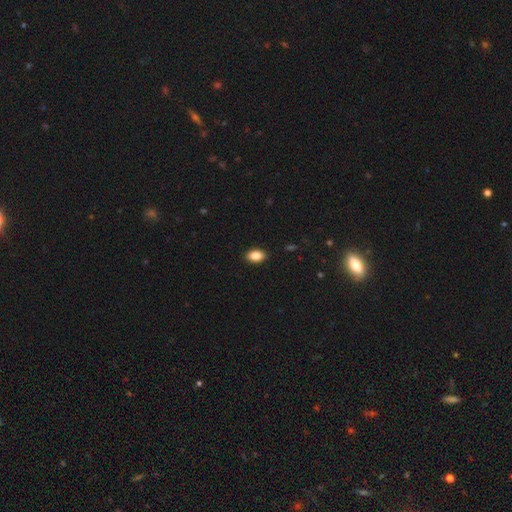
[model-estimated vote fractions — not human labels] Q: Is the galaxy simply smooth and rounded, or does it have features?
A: smooth — 87%.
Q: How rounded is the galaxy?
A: in between — 90%.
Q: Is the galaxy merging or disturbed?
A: none — 90%.